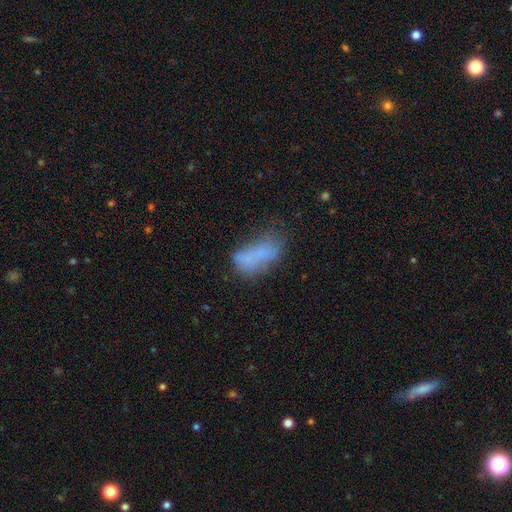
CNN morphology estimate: type=smooth (66%); roundness=in between (83%); merging=none (35%).